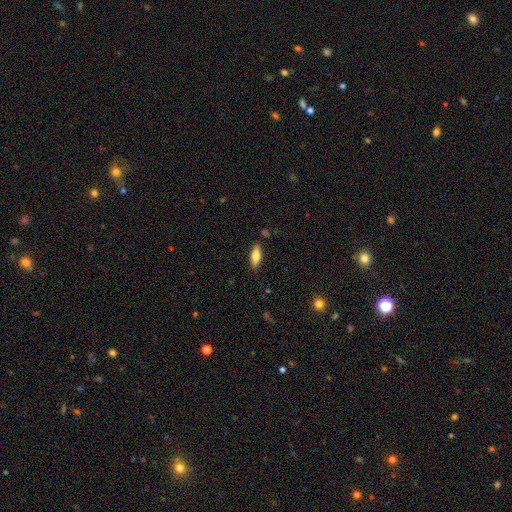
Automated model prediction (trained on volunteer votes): A smooth galaxy with no disk features (68%) that is in between round and cigar-shaped (62%). Merging: none (83%).